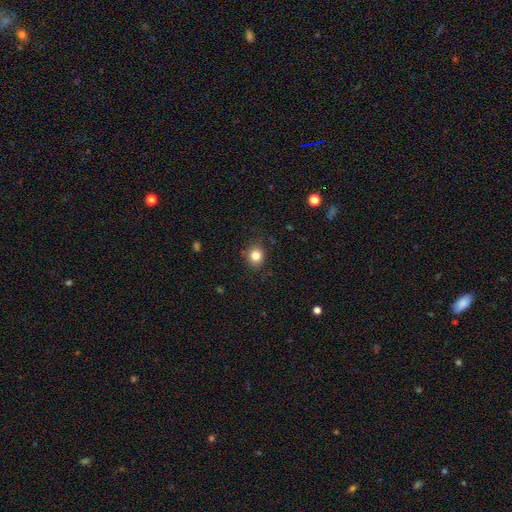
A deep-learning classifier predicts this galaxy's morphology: Smooth or featured? Predicted: smooth (p=0.82). How rounded? Predicted: round (p=0.76). Merging? Predicted: none (p=0.86).